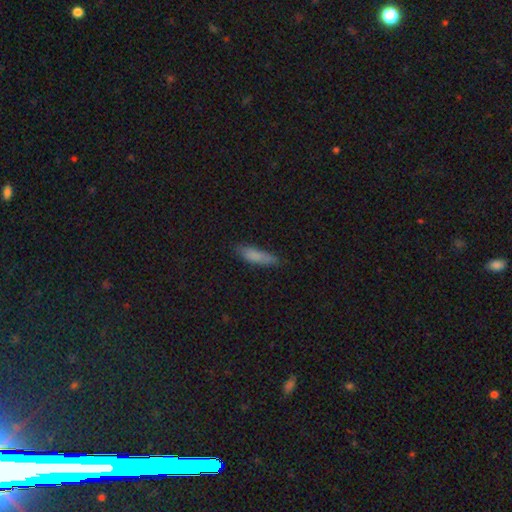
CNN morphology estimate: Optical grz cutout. It shows a smooth galaxy with no disk features (82%) that is cigar-shaped (64%). Merging: none (71%).